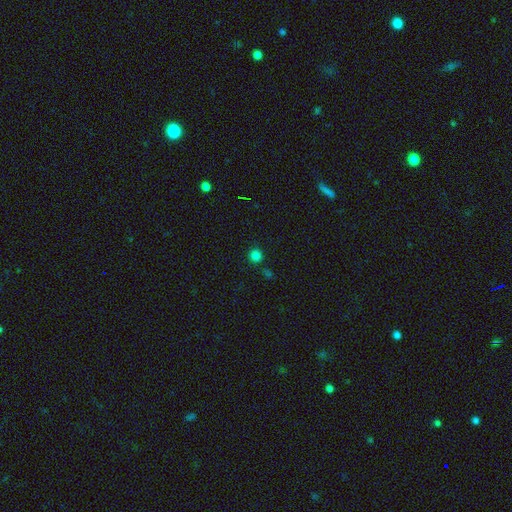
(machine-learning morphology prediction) A smooth galaxy with no disk features (79%) that is round (93%). Merging: none (84%).